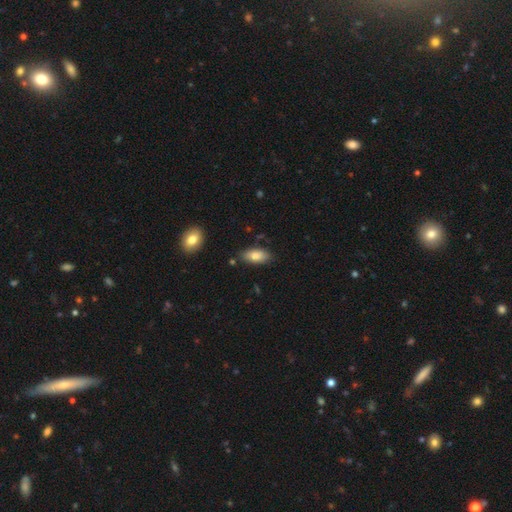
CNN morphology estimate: type=smooth (83%); roundness=in between (90%); merging=none (80%).